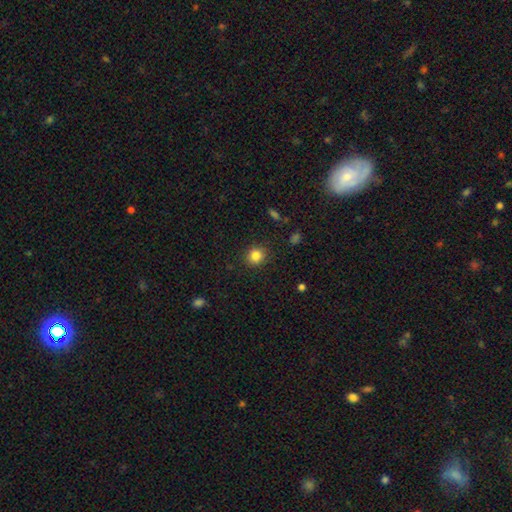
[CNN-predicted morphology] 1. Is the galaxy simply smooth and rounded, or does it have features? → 84% smooth, 11% star or artifact, 5% featured or disk.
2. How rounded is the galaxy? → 84% round, 15% in between, 1% cigar-shaped.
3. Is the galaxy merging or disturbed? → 89% none, 7% minor disturbance, 3% major disturbance, 1% merger.